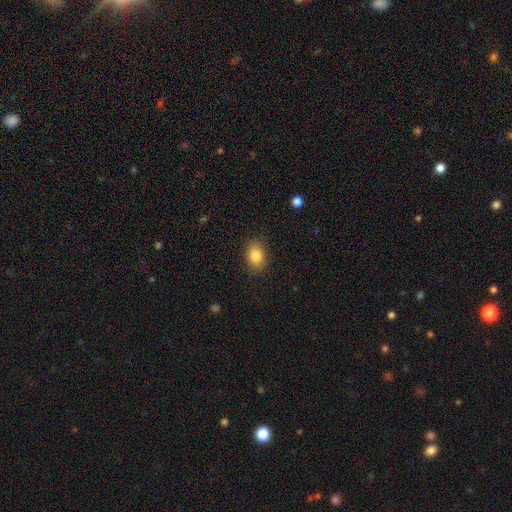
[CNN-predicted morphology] smooth-or-featured: smooth: 84% | star or artifact: 9% | featured or disk: 7%
  how-rounded: in between: 73% | round: 25% | cigar-shaped: 1%
  merging: none: 86% | minor disturbance: 10% | major disturbance: 3% | merger: 1%